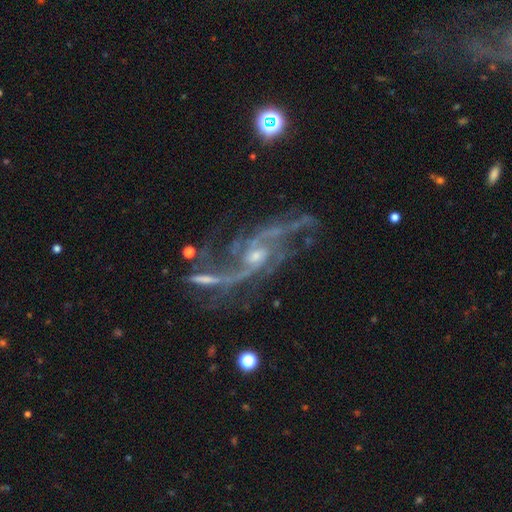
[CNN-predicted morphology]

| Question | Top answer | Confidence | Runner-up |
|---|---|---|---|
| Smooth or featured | featured or disk | 90% | star or artifact (7%) |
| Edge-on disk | no | 95% | yes (5%) |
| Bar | no | 53% | weak (35%) |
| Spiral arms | yes | 96% | no (4%) |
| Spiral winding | loose | 45% | medium (42%) |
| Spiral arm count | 2 | 50% | 3 (17%) |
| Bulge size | small | 62% | moderate (31%) |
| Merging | none | 44% | major disturbance (26%) |